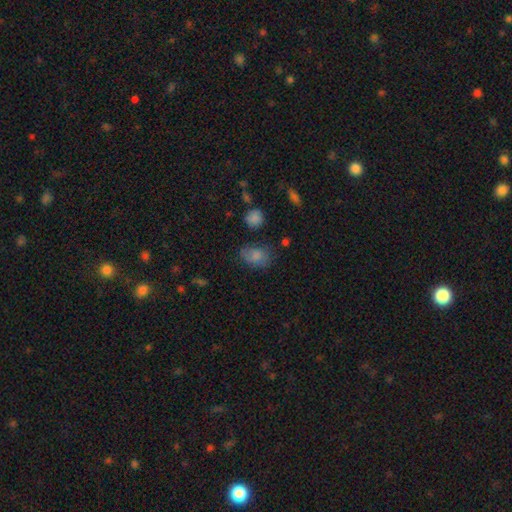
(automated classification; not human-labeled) This is likely a smooth galaxy (78%). How rounded: likely in between (79%). Merging: possibly none (57%).